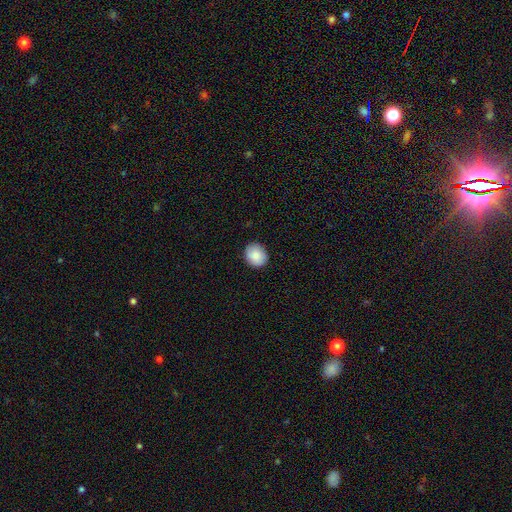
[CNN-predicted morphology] Smooth or featured? Predicted: smooth (p=0.85). How rounded? Predicted: round (p=0.75). Merging? Predicted: none (p=0.90).